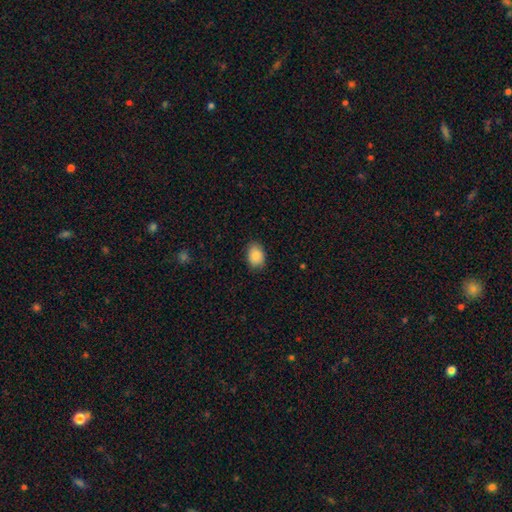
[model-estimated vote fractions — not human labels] Morphology: type=smooth (88%); roundness=in between (77%); merging=none (85%).